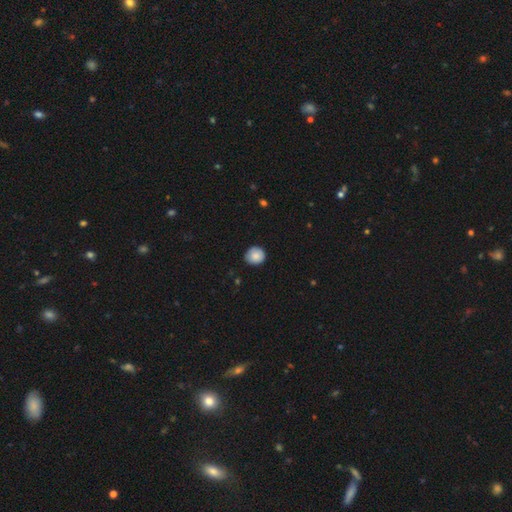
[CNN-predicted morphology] Smooth or featured? Predicted: smooth (p=0.86). How rounded? Predicted: round (p=0.88). Merging? Predicted: none (p=0.85).